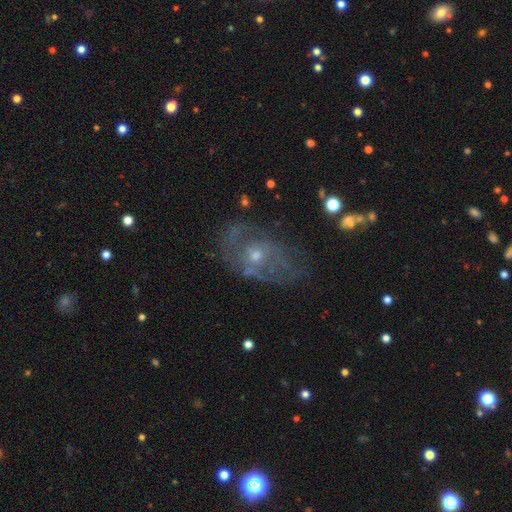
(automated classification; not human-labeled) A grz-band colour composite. It shows a featured or disk galaxy (67%) with no bar (81%), spiral arms (52%) and a small central bulge (54%). Merging: none (53%).